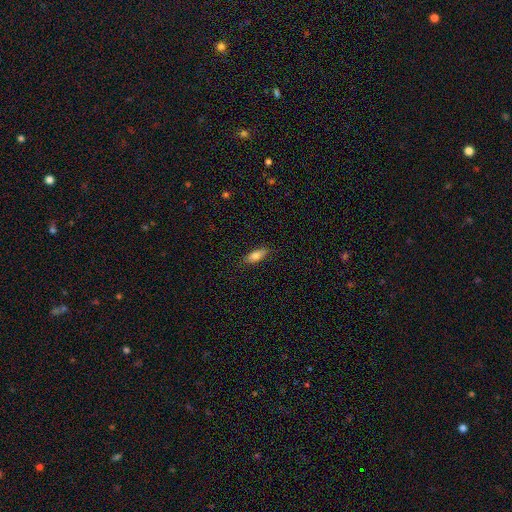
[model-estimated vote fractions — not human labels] Morphology: type=smooth (76%); roundness=in between (73%); merging=none (84%).